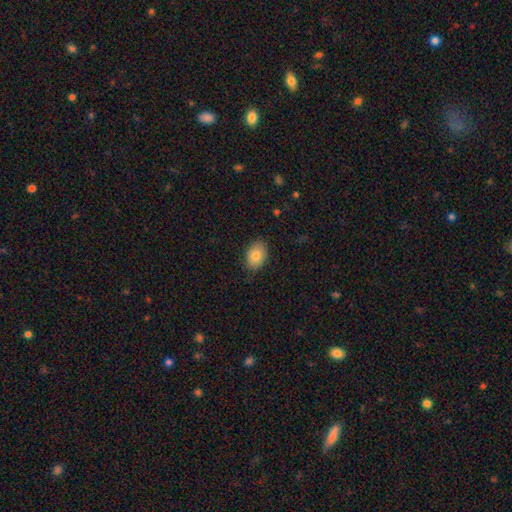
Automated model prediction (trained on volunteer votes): smooth_or_featured: smooth (p=0.83) [alt: featured or disk p=0.09]
how_rounded: in between (p=0.81) [alt: round p=0.18]
merging: none (p=0.83) [alt: minor disturbance p=0.13]